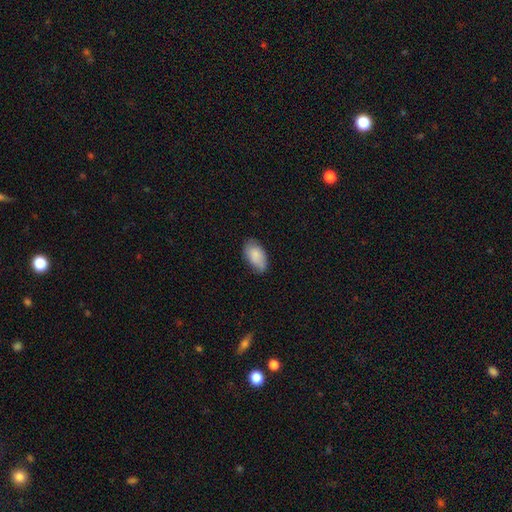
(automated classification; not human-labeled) Smooth or featured? smooth (85%)
How rounded? in between (94%)
Merging? none (66%)